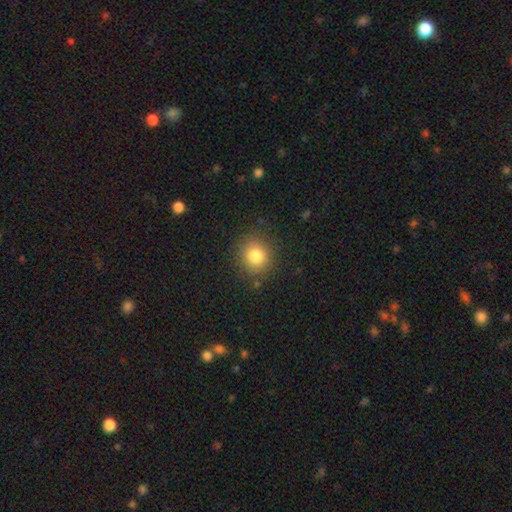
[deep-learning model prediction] Smooth or featured? Predicted: smooth (p=0.81). How rounded? Predicted: round (p=0.88). Merging? Predicted: none (p=0.86).